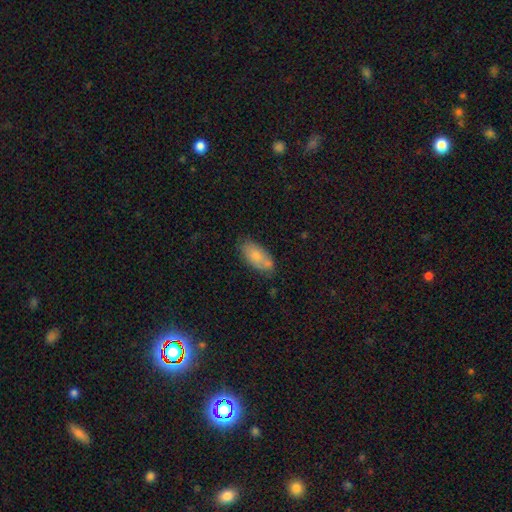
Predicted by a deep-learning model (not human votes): This is likely a smooth galaxy (74%). How rounded: clearly in between (91%). Merging: likely none (63%).